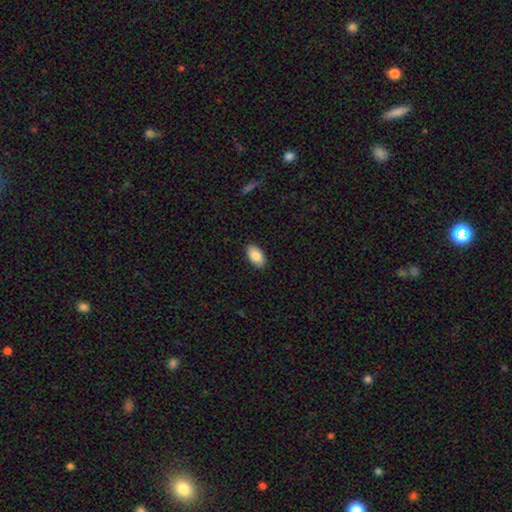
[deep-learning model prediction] A smooth galaxy with no disk features (88%) that is in between round and cigar-shaped (95%).

Vote fractions:
- Smooth or featured? smooth: 88% / star or artifact: 6% / featured or disk: 6%
- How rounded? in between: 95% / round: 3% / cigar-shaped: 2%
- Merging? none: 88% / minor disturbance: 9% / major disturbance: 2% / merger: 1%